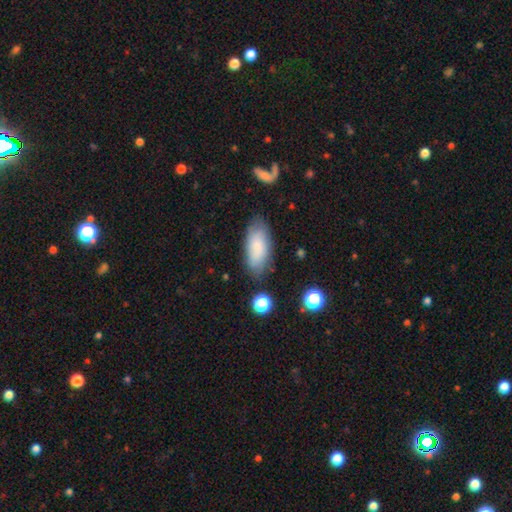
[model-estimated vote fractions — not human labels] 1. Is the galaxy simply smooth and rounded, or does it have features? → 80% smooth, 13% featured or disk, 7% star or artifact.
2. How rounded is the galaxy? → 88% in between, 10% cigar-shaped, 2% round.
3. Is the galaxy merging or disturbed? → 75% none, 17% minor disturbance, 5% major disturbance, 3% merger.